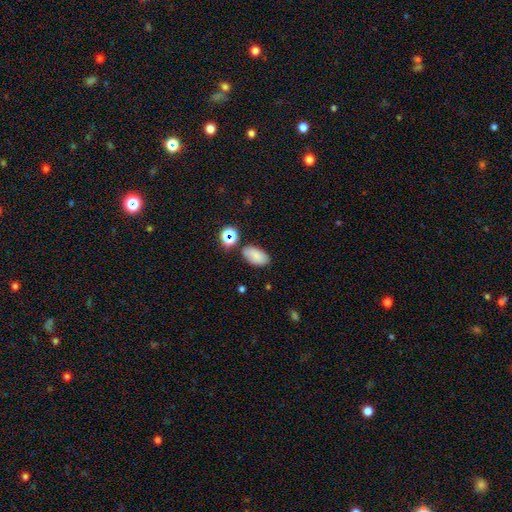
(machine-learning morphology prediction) Smooth or featured: smooth — 80% (star or artifact — 12%)
How rounded: in between — 92% (round — 6%)
Merging: none — 75% (minor disturbance — 15%)